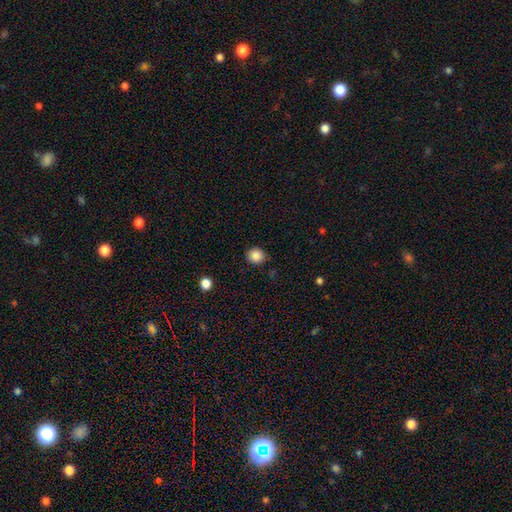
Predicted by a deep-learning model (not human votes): This is clearly a smooth galaxy (87%). How rounded: clearly round (82%). Merging: clearly none (86%).